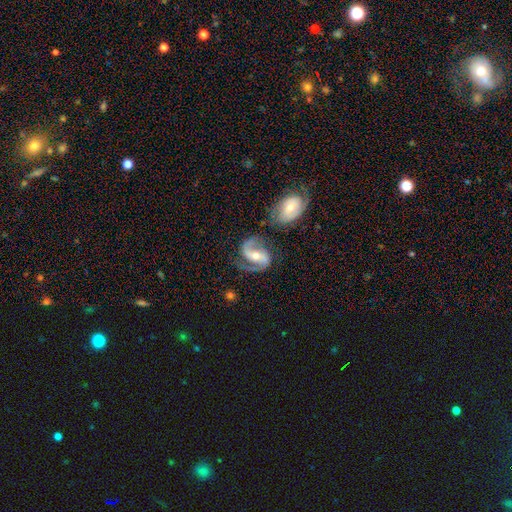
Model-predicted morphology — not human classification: The model was most divided on "bar": strong: 37%, weak: 36%, no: 27%. More confident: edge-on disk — no (97%); spiral arms — yes (97%); spiral arm count — 2 (91%); smooth or featured — featured or disk (89%); merging — none (64%); bulge size — moderate (63%); spiral winding — medium (54%).